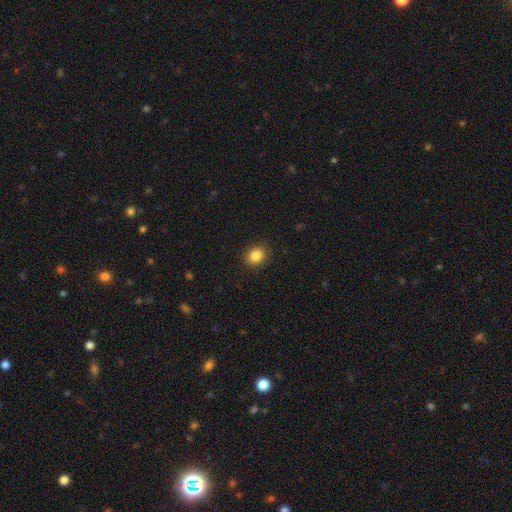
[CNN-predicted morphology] smooth 85%, star or artifact 10%, featured or disk 5%. Down the decision tree: how rounded — round (61%); merging — none (89%).